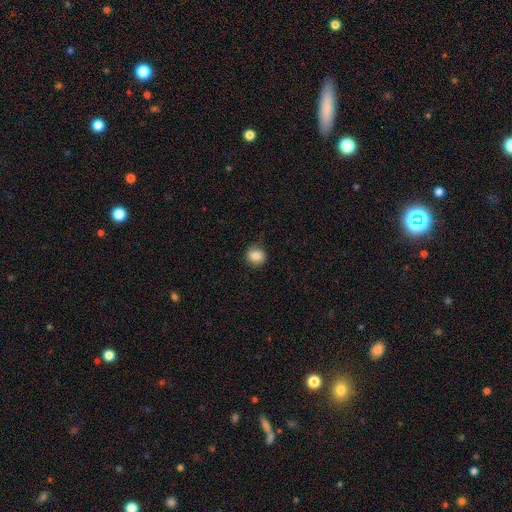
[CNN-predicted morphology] This is clearly a smooth galaxy (83%). How rounded: clearly round (81%). Merging: likely none (79%).